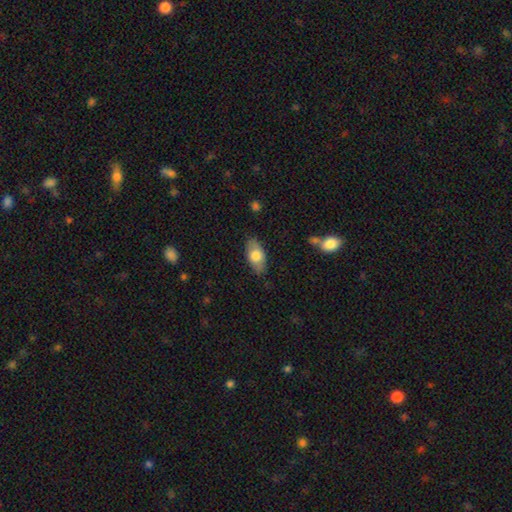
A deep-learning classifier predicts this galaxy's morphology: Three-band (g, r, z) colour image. It shows a smooth galaxy with no disk features (72%) that is in between round and cigar-shaped (91%). Merging: none (82%).